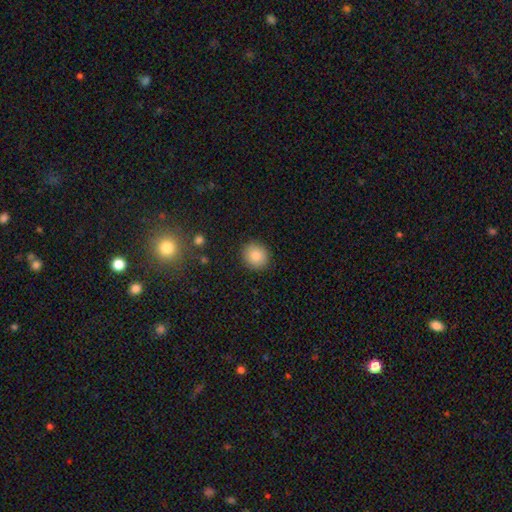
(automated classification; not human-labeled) Smooth or featured? smooth (86%)
How rounded? round (80%)
Merging? none (90%)